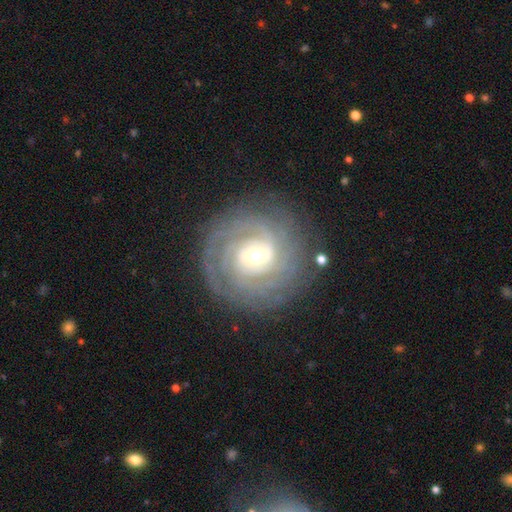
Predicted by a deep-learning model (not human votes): Q: Smooth or featured?
A: featured or disk (86%); runner-up: smooth (8%)
Q: Edge-on disk?
A: no (97%); runner-up: yes (3%)
Q: Bar?
A: weak (50%); runner-up: no (25%)
Q: Spiral arms?
A: yes (96%); runner-up: no (4%)
Q: Spiral winding?
A: tight (81%); runner-up: medium (16%)
Q: Spiral arm count?
A: can't tell (31%); runner-up: 2 (19%)
Q: Bulge size?
A: moderate (52%); runner-up: small (42%)
Q: Merging?
A: none (83%); runner-up: minor disturbance (11%)